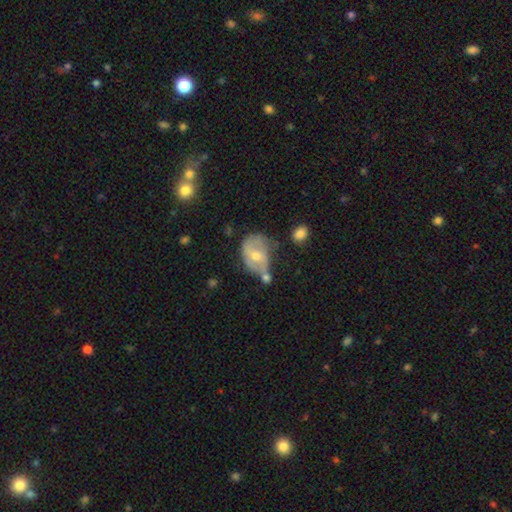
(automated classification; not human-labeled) A featured or disk galaxy (55%) with no bar (52%), spiral arms (57%) and a moderate central bulge (58%).

Vote fractions:
- Smooth or featured? featured or disk: 55% / smooth: 36% / star or artifact: 8%
- Edge-on disk? no: 95% / yes: 5%
- Bar? no: 52% / weak: 36% / strong: 12%
- Spiral arms? yes: 57% / no: 43%
- Bulge size? moderate: 58% / small: 38% / large: 2% / none: 1% / dominant: 1%
- Merging? none: 37% / minor disturbance: 31% / merger: 16% / major disturbance: 16%